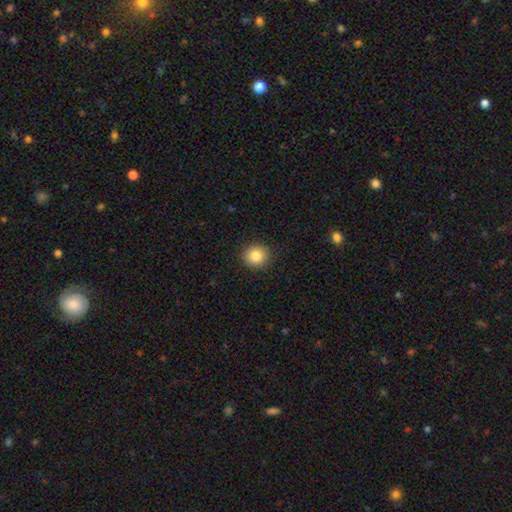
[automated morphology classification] Smooth or featured? smooth (84%)
How rounded? round (89%)
Merging? none (91%)